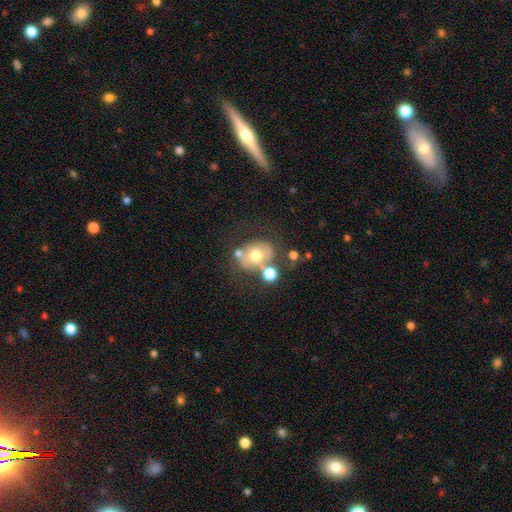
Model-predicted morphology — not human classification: This appears to be a smooth galaxy with no disk features (52%) that is round (58%). Merging: none (53%).